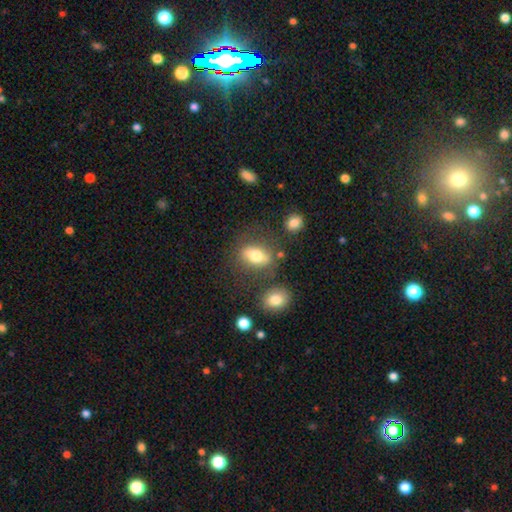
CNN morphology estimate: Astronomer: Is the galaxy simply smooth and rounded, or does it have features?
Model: smooth — 70%.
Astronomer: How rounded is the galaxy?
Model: in between — 75%.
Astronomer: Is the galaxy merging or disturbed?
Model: none — 68%.